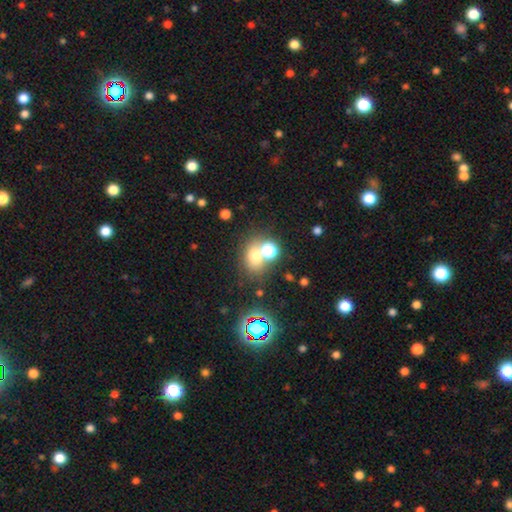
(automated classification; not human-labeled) Smooth or featured? Predicted: smooth (p=0.63). How rounded? Predicted: round (p=0.56). Merging? Predicted: none (p=0.55).